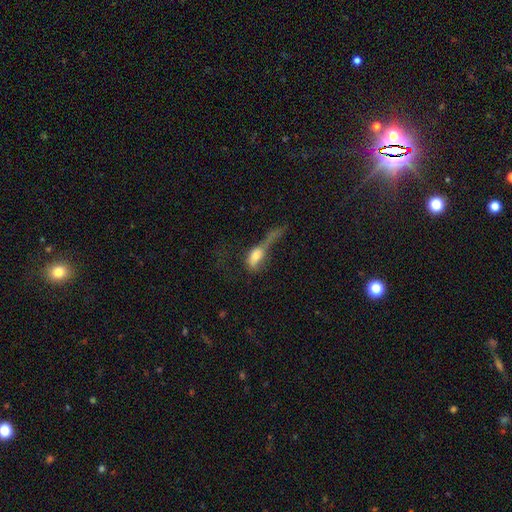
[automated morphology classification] A smooth galaxy with no disk features (60%) that is in between round and cigar-shaped (68%).

Vote fractions:
- Smooth or featured? smooth: 60% / featured or disk: 29% / star or artifact: 11%
- How rounded? in between: 68% / cigar-shaped: 22% / round: 10%
- Merging? major disturbance: 53% / merger: 17% / none: 15% / minor disturbance: 15%